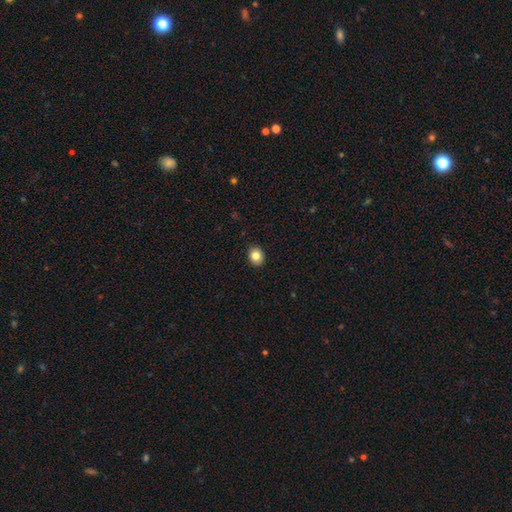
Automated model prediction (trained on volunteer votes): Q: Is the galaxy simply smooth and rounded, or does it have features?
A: smooth — 83%.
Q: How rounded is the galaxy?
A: round — 63%.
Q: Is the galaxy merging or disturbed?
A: none — 91%.